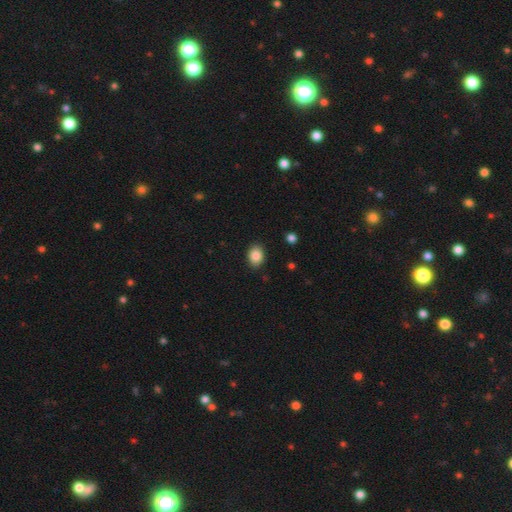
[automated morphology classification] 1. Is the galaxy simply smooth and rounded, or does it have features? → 87% smooth, 8% star or artifact, 4% featured or disk.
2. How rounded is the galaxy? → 68% in between, 31% round, 1% cigar-shaped.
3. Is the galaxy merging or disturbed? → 88% none, 9% minor disturbance, 2% major disturbance, 1% merger.